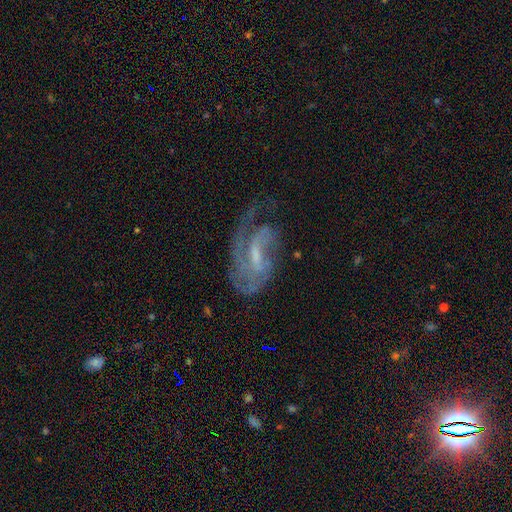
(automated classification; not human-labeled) Morphology: type=featured or disk (82%); edge-on=no (95%); bar=weak (53%); spiral arms=yes (92%); winding=medium (43%); arm count=2 (32%); bulge=small (48%); merging=none (48%).